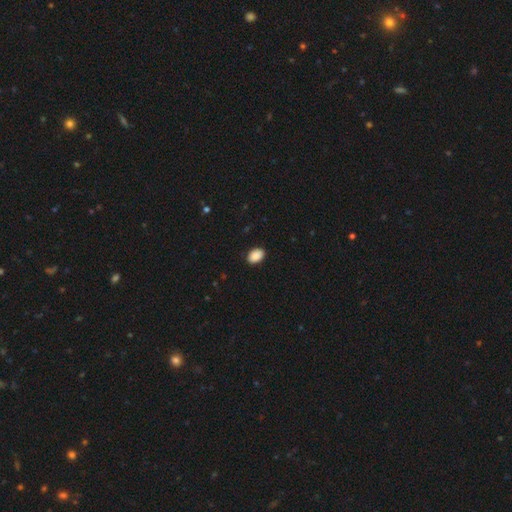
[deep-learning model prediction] Smooth or featured?
  - smooth: 90% *
  - star or artifact: 7%
  - featured or disk: 3%
How rounded?
  - in between: 86% *
  - round: 13%
  - cigar-shaped: 1%
Merging?
  - none: 89% *
  - minor disturbance: 8%
  - major disturbance: 2%
  - merger: 1%